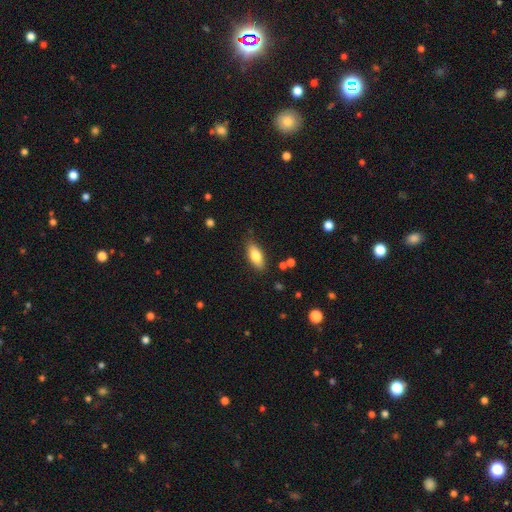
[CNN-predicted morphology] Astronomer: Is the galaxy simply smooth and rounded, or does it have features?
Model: smooth — 78%.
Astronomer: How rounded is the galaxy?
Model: in between — 83%.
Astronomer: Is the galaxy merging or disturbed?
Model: none — 82%.